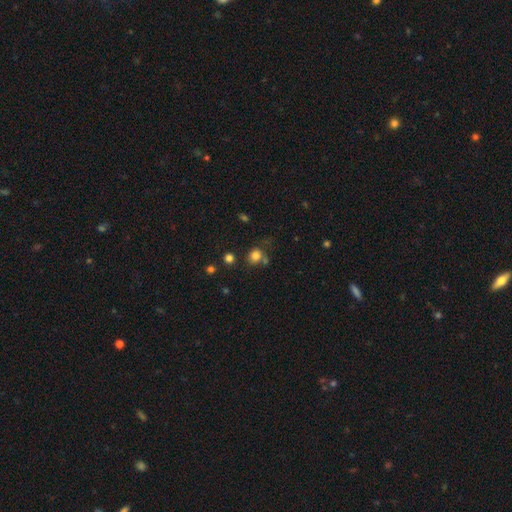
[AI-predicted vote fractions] The model was most divided on "merging": none: 65%, minor disturbance: 15%, merger: 14%, major disturbance: 7%. More confident: smooth or featured — smooth (80%); how rounded — round (75%).